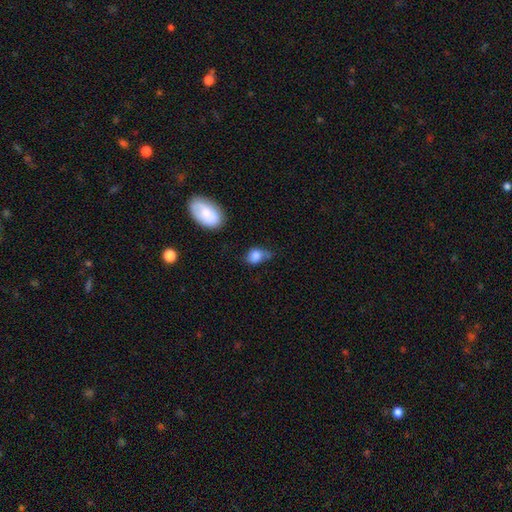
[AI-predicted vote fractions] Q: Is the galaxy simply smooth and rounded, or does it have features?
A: smooth — 81%.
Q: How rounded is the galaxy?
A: in between — 66%.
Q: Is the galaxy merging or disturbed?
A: none — 40%.